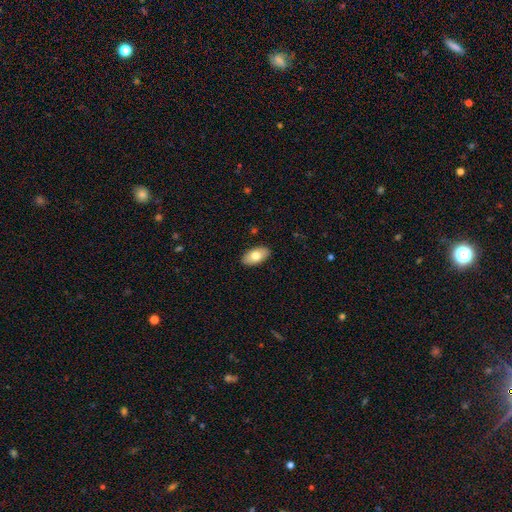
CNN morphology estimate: This appears to be a smooth galaxy with no disk features (77%) that is in between round and cigar-shaped (94%). Merging: none (89%).